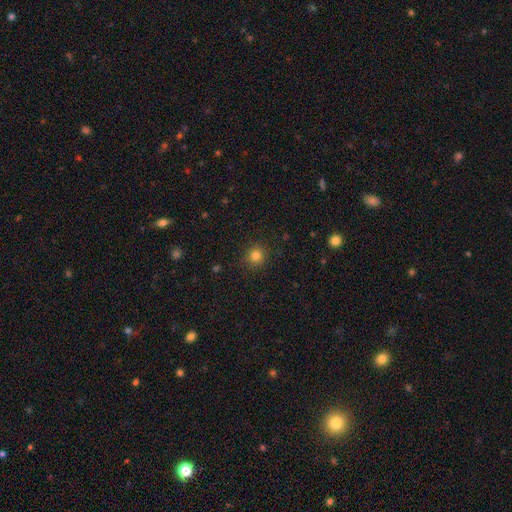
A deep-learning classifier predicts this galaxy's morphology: smooth 82%, star or artifact 13%, featured or disk 5%. Down the decision tree: how rounded — round (91%); merging — none (89%).